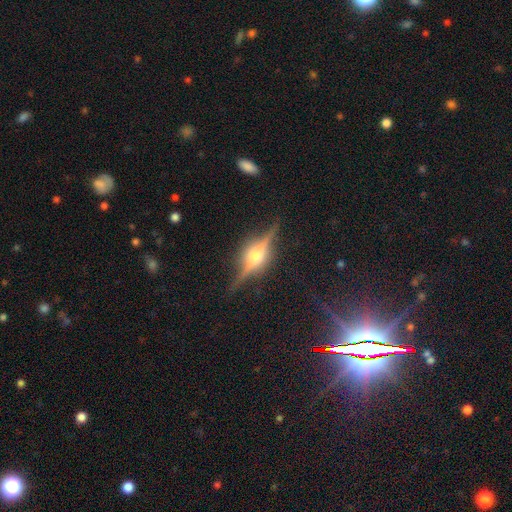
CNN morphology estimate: This appears to be a featured or disk galaxy (85%) viewed edge-on (97%) with a rounded central bulge (92%). Merging: none (87%).